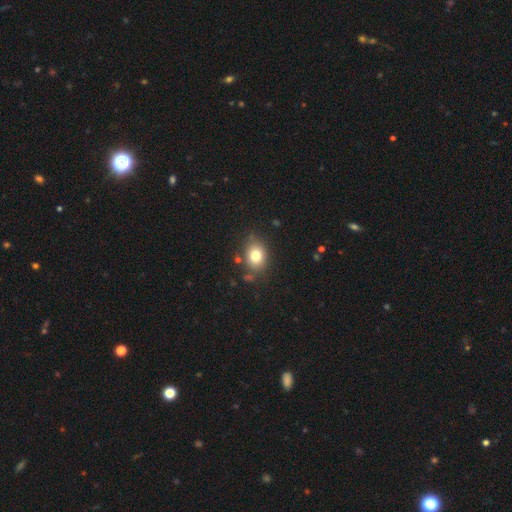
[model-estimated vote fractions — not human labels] Smooth or featured? Predicted: smooth (p=0.78). How rounded? Predicted: in between (p=0.54). Merging? Predicted: none (p=0.79).